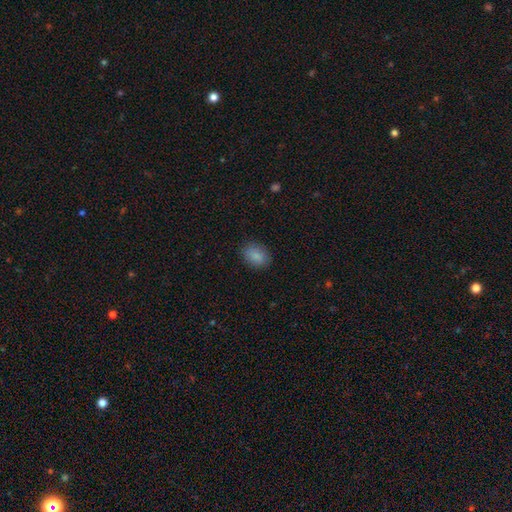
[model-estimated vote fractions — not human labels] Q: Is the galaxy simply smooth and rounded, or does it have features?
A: smooth — 87%.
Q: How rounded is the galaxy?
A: in between — 76%.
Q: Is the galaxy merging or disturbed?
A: none — 87%.